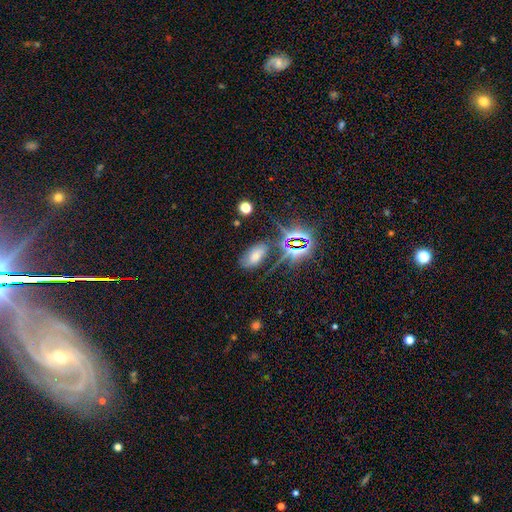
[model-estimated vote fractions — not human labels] Smooth or featured: smooth — 54% (star or artifact — 30%)
How rounded: in between — 92% (round — 4%)
Merging: none — 67% (minor disturbance — 19%)